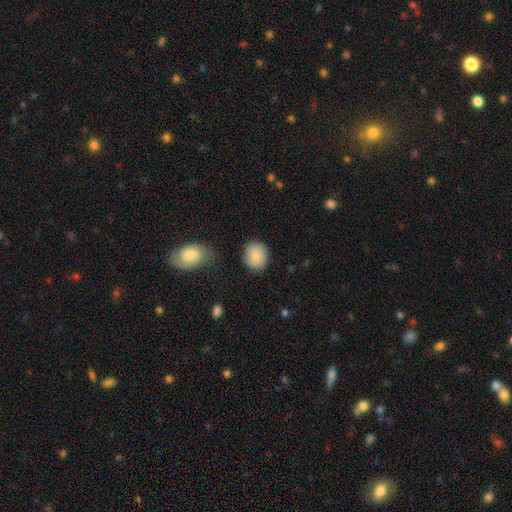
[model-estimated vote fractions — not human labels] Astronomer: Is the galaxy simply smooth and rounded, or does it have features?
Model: smooth — 85%.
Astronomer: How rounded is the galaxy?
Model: round — 77%.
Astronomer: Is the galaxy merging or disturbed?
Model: none — 83%.